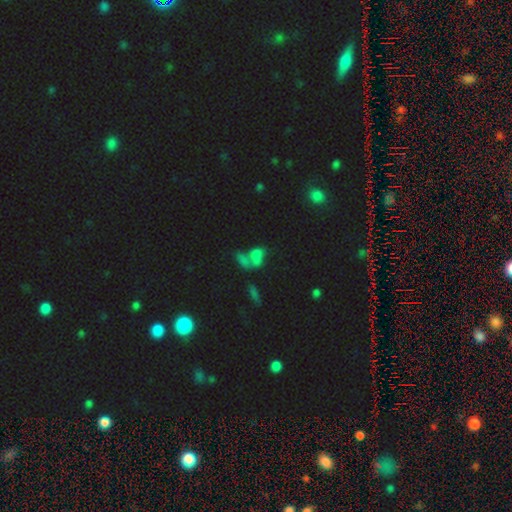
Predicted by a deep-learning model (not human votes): Smooth or featured? smooth (54%)
How rounded? in between (70%)
Merging? merger (58%)